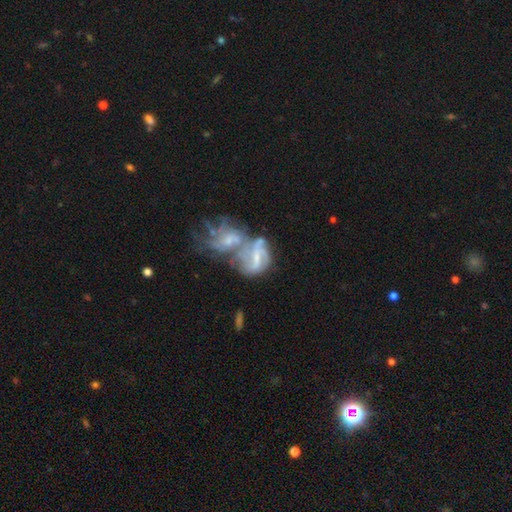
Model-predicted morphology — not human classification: smooth_or_featured: featured or disk (p=0.75) [alt: smooth p=0.16]
disk_edge_on: no (p=0.97) [alt: yes p=0.03]
bar: weak (p=0.43) [alt: no p=0.31]
has_spiral_arms: yes (p=0.77) [alt: no p=0.23]
spiral_winding: medium (p=0.41) [alt: loose p=0.35]
spiral_arm_count: 2 (p=0.41) [alt: can't tell p=0.33]
bulge_size: small (p=0.47) [alt: moderate p=0.28]
merging: merger (p=0.70) [alt: none p=0.12]